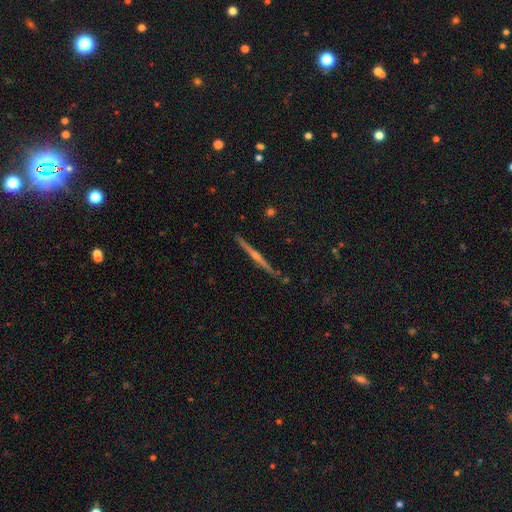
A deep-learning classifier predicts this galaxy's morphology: This appears to be a featured or disk galaxy (79%) viewed edge-on (98%) with a rounded central bulge (76%). Merging: none (90%).